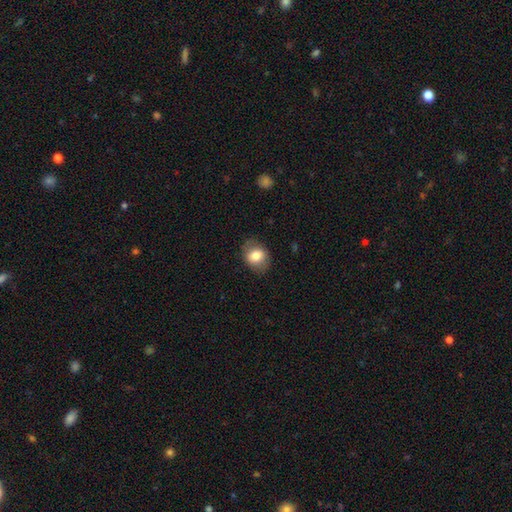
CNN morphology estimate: type=smooth (75%); roundness=in between (52%); merging=none (76%).